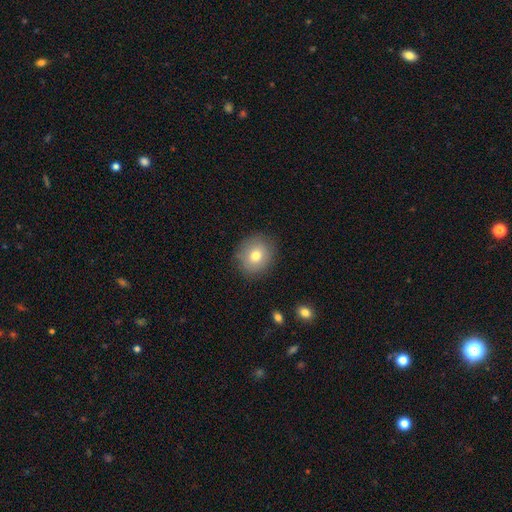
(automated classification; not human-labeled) smooth-or-featured: smooth: 76% | featured or disk: 15% | star or artifact: 10%
  how-rounded: round: 79% | in between: 20% | cigar-shaped: 1%
  merging: none: 86% | minor disturbance: 10% | major disturbance: 3% | merger: 1%